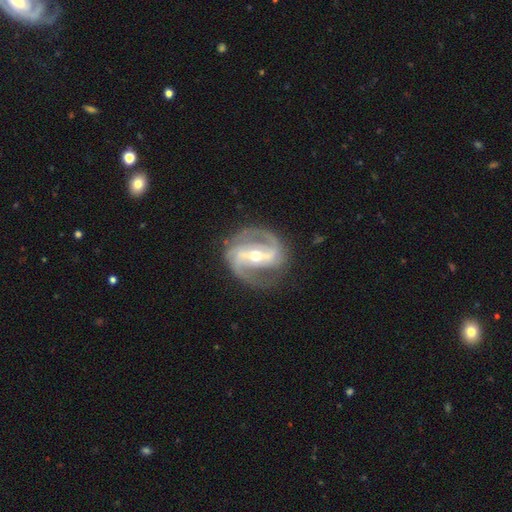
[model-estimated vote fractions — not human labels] Q: Smooth or featured?
A: featured or disk (91%); runner-up: star or artifact (5%)
Q: Edge-on disk?
A: no (97%); runner-up: yes (3%)
Q: Bar?
A: strong (53%); runner-up: weak (31%)
Q: Spiral arms?
A: yes (97%); runner-up: no (3%)
Q: Spiral winding?
A: medium (53%); runner-up: tight (29%)
Q: Spiral arm count?
A: 2 (77%); runner-up: 3 (12%)
Q: Bulge size?
A: moderate (56%); runner-up: small (40%)
Q: Merging?
A: none (78%); runner-up: minor disturbance (14%)